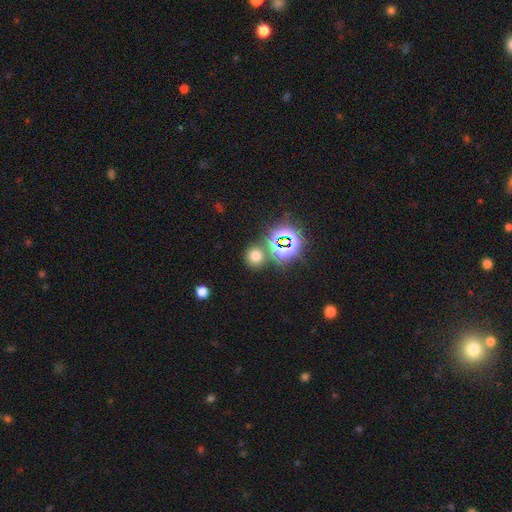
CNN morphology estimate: The model was most divided on "smooth or featured": smooth: 64%, star or artifact: 29%, featured or disk: 8%. More confident: how rounded — round (86%); merging — none (76%).